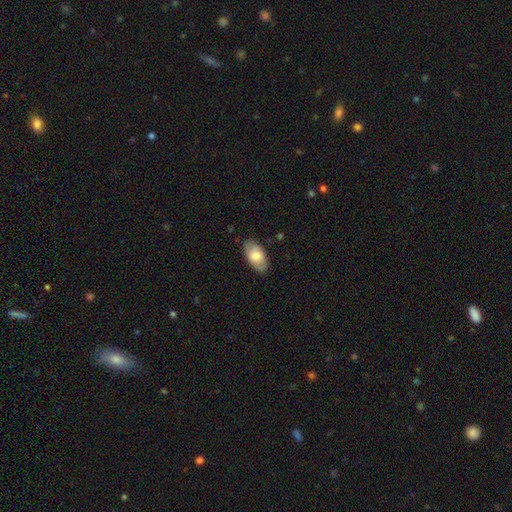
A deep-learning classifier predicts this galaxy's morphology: smooth-or-featured: smooth: 67% | featured or disk: 27% | star or artifact: 6%
  how-rounded: in between: 94% | round: 3% | cigar-shaped: 3%
  merging: none: 79% | minor disturbance: 16% | major disturbance: 3% | merger: 1%